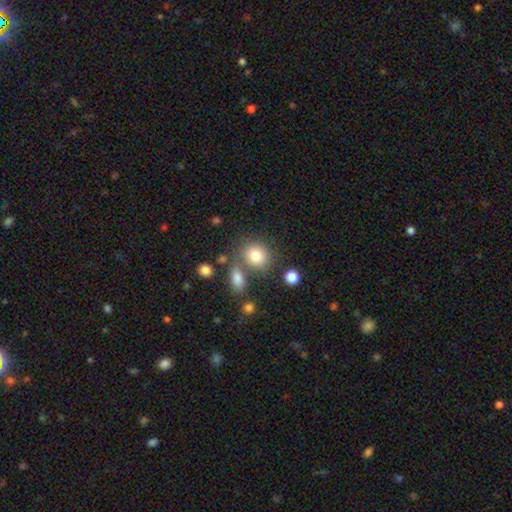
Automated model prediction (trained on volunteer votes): smooth-or-featured: smooth: 81% | star or artifact: 10% | featured or disk: 9%
  how-rounded: round: 73% | in between: 26% | cigar-shaped: 1%
  merging: none: 64% | merger: 19% | minor disturbance: 12% | major disturbance: 5%